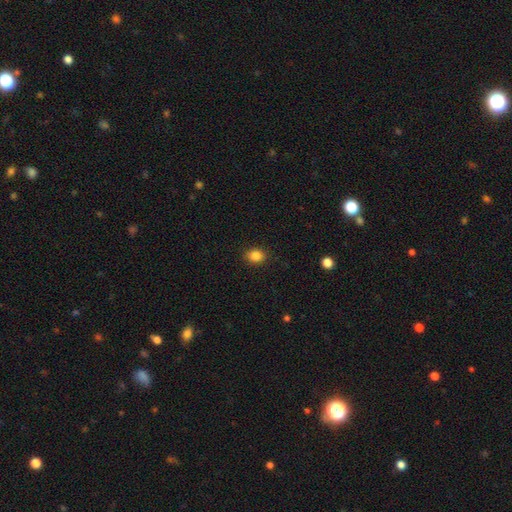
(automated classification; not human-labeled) Q: Smooth or featured?
A: smooth (85%); runner-up: star or artifact (10%)
Q: How rounded?
A: in between (54%); runner-up: round (45%)
Q: Merging?
A: none (89%); runner-up: minor disturbance (8%)